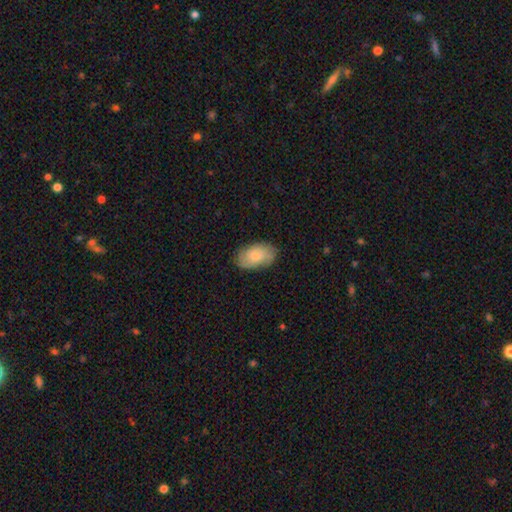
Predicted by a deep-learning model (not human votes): Smooth or featured: smooth — 74% (featured or disk — 19%)
How rounded: in between — 93% (round — 5%)
Merging: none — 77% (minor disturbance — 18%)